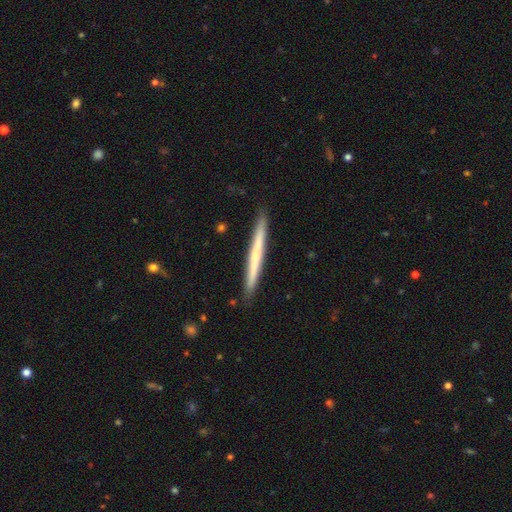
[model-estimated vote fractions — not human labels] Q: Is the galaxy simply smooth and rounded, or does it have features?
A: smooth — 49%.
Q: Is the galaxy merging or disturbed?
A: none — 90%.